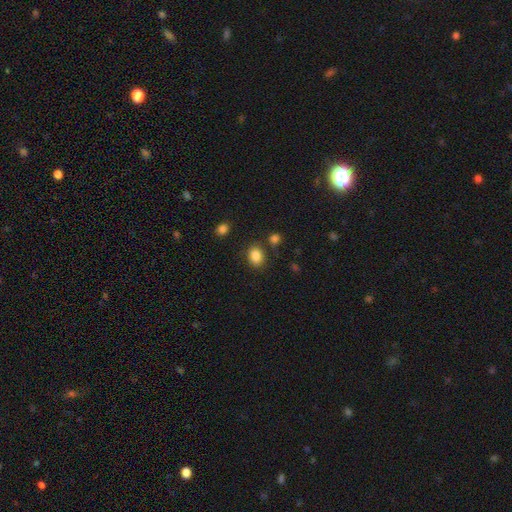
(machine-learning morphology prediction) This is clearly a smooth galaxy (85%). How rounded: possibly in between (56%). Merging: likely none (80%).